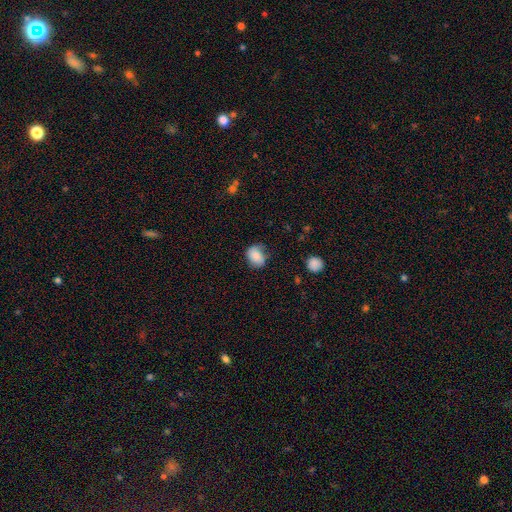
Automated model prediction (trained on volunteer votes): smooth_or_featured: smooth (p=0.83) [alt: featured or disk p=0.09]
how_rounded: in between (p=0.64) [alt: round p=0.35]
merging: none (p=0.61) [alt: minor disturbance p=0.29]